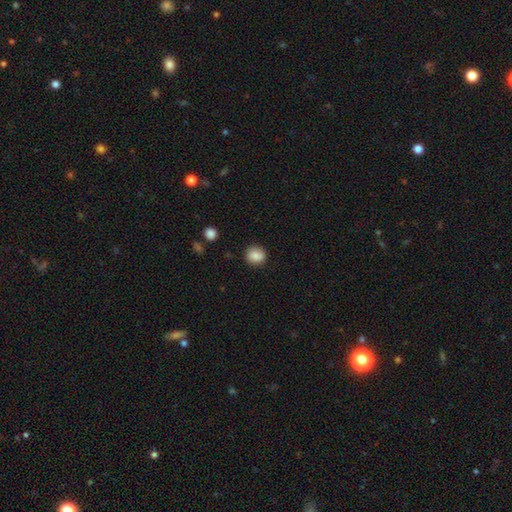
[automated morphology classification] type=smooth (86%); roundness=round (79%); merging=none (86%).